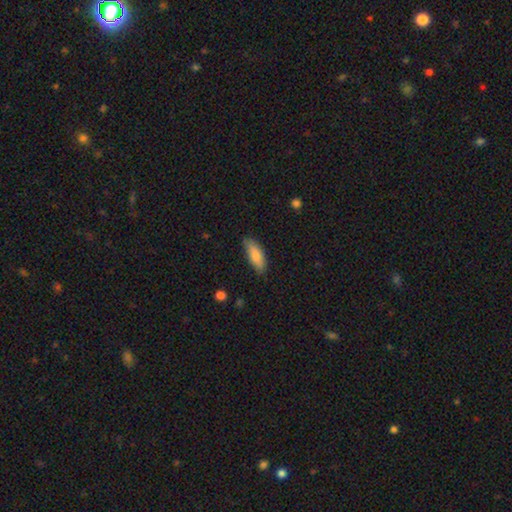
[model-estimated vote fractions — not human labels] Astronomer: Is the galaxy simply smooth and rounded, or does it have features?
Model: smooth — 83%.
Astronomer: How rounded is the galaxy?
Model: in between — 69%.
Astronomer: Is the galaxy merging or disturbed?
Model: none — 76%.